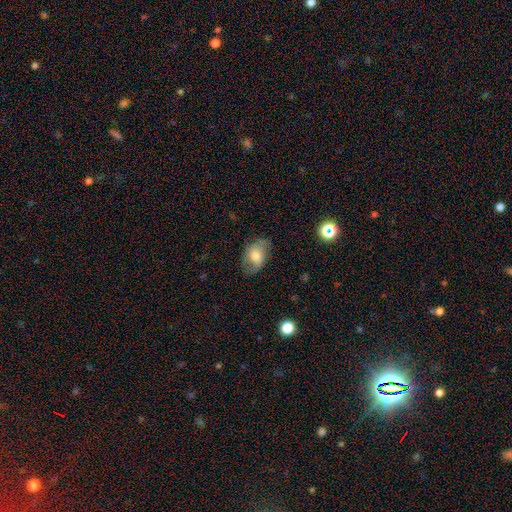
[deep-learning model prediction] Smooth or featured? smooth (55%)
How rounded? in between (84%)
Merging? none (63%)